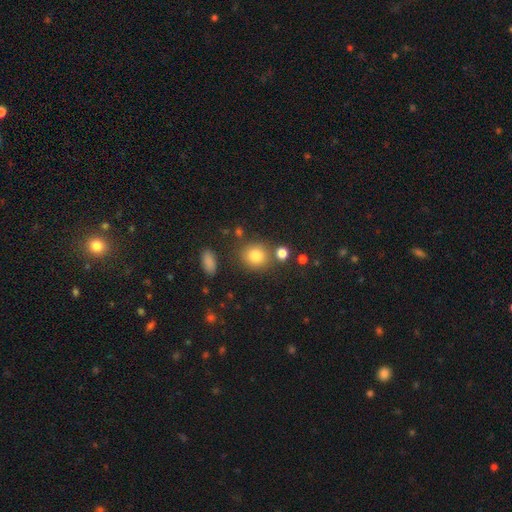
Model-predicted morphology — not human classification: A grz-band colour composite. It shows a smooth galaxy with no disk features (81%) that is round (80%). Merging: none (75%).